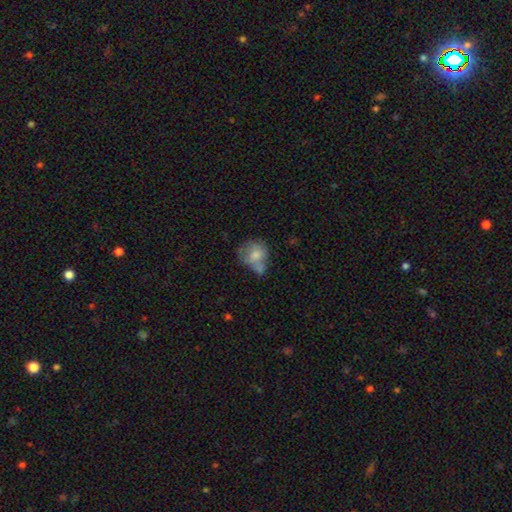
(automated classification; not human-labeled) Smooth or featured? Predicted: smooth (p=0.68). How rounded? Predicted: round (p=0.62). Merging? Predicted: merger (p=0.32).